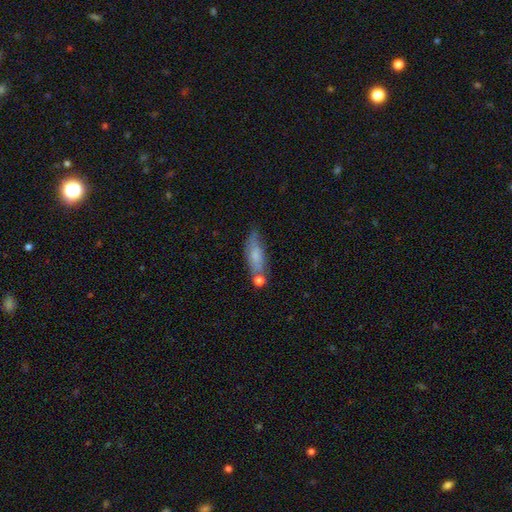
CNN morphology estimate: Smooth or featured? Predicted: smooth (p=0.66). How rounded? Predicted: in between (p=0.56). Merging? Predicted: none (p=0.53).